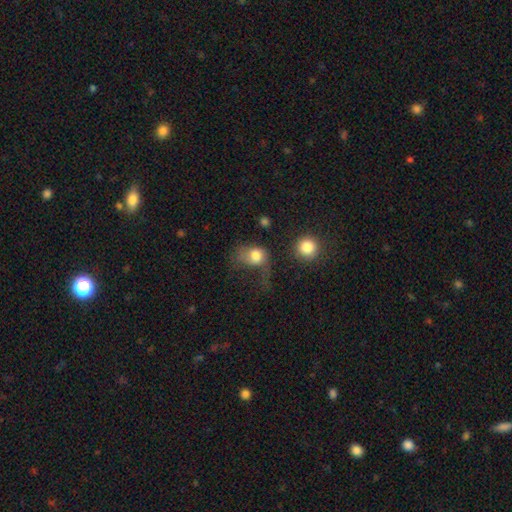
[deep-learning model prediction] Smooth or featured? smooth (76%)
How rounded? round (53%)
Merging? major disturbance (54%)